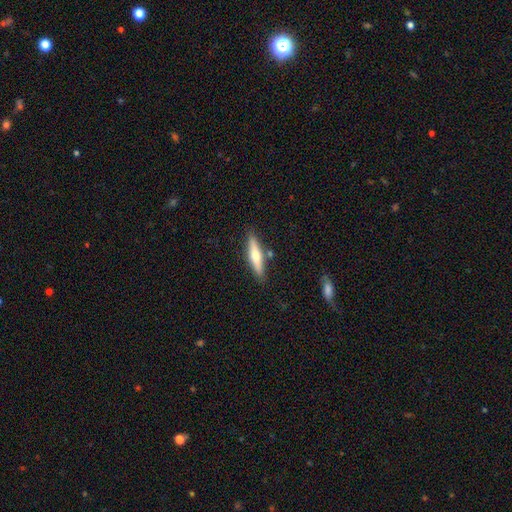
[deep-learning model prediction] The model was most divided on "smooth or featured" (2-way tie): smooth: 47%, featured or disk: 47%, star or artifact: 6%. More confident: merging — none (83%).